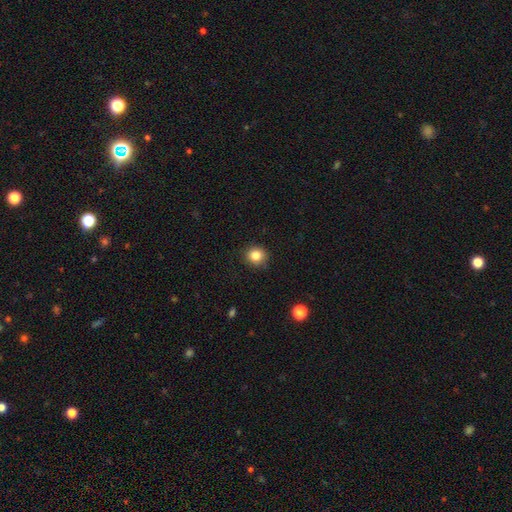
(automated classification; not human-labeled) Overall: smooth (83%). How rounded: round (86%). Merging: none (88%).